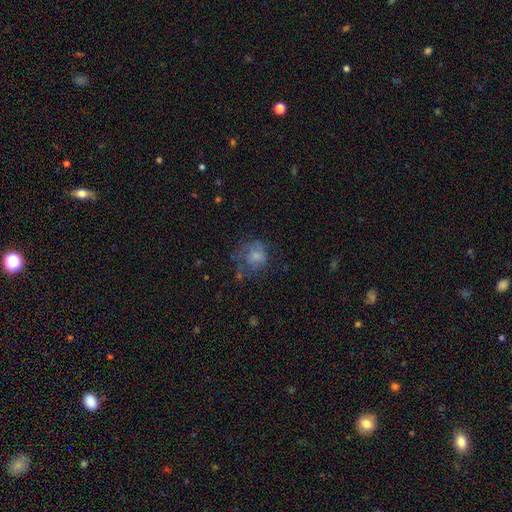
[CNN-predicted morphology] Smooth or featured? smooth (62%)
How rounded? round (67%)
Merging? none (37%)